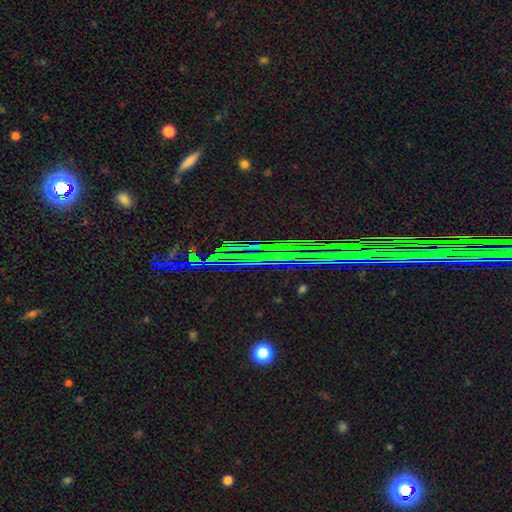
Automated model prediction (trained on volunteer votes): Smooth or featured: star or artifact — 82% (featured or disk — 10%)